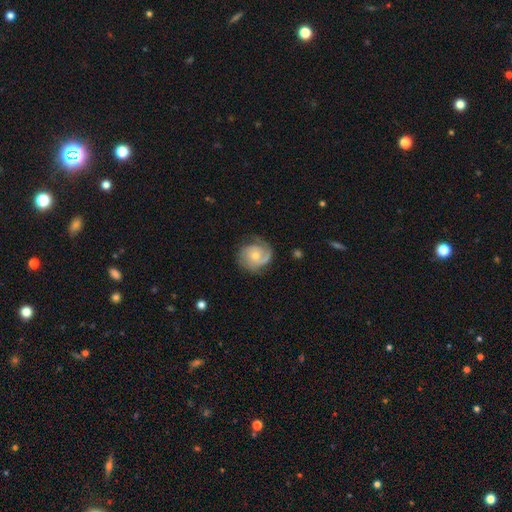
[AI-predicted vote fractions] Smooth or featured? featured or disk (75%)
Edge-on disk? no (98%)
Bar? no (73%)
Spiral arms? yes (94%)
Spiral winding? tight (46%)
Spiral arm count? 2 (47%)
Bulge size? small (54%)
Merging? none (70%)